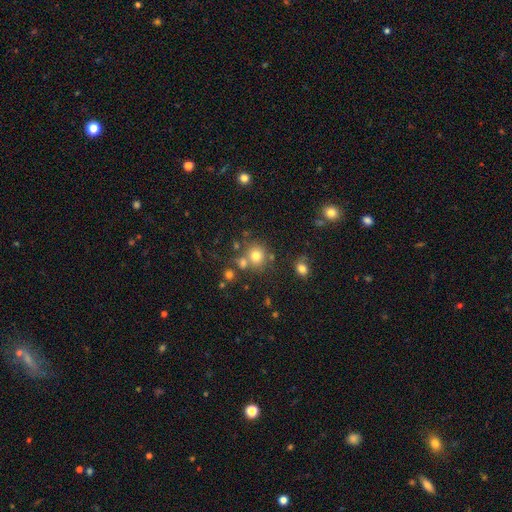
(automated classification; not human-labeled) This is likely a smooth galaxy (73%). How rounded: clearly round (86%). Merging: likely none (66%).